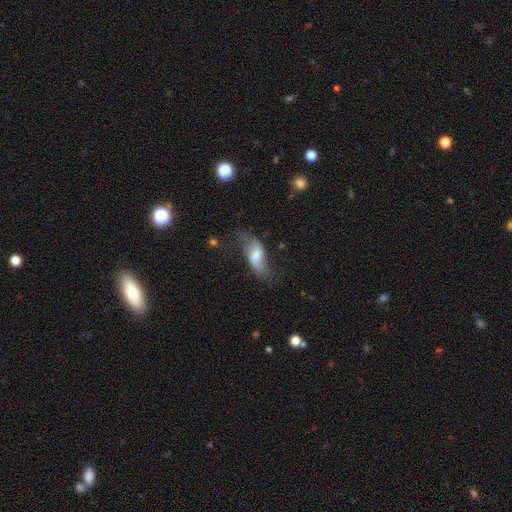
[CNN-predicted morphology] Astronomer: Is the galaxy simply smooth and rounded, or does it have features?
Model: featured or disk — 48% (runner-up: smooth, 44%).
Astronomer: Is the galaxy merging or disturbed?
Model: none — 50% (runner-up: minor disturbance, 27%).